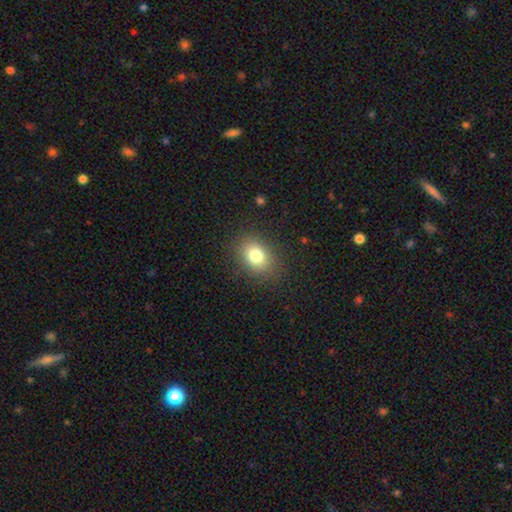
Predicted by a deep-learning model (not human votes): Smooth or featured? smooth (79%)
How rounded? in between (68%)
Merging? none (86%)